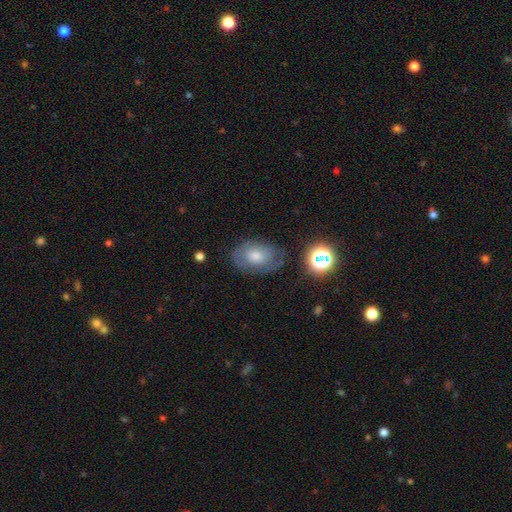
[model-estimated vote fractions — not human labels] This is marginally a smooth galaxy (44%). Merging: likely none (74%).